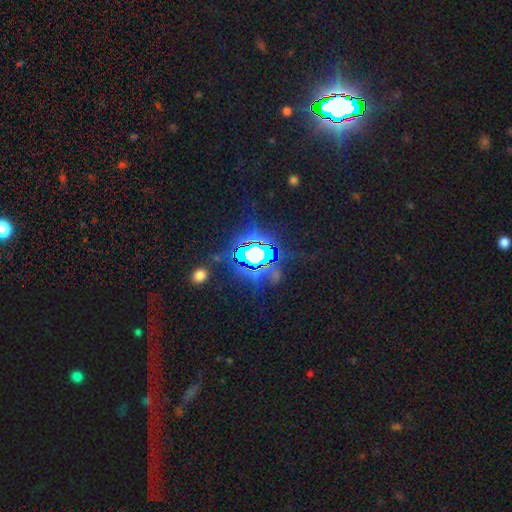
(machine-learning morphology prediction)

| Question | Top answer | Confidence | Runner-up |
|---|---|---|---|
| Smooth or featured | star or artifact | 78% | featured or disk (12%) |